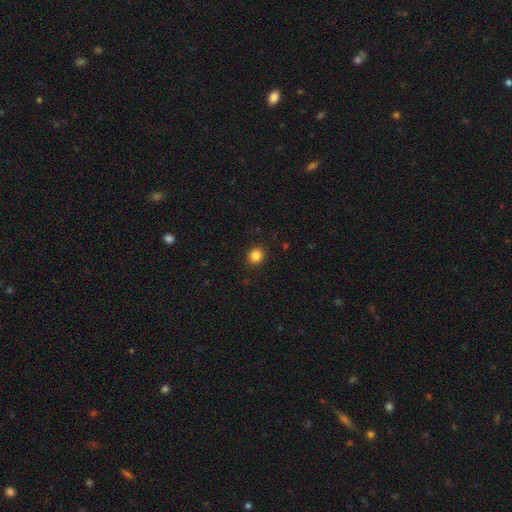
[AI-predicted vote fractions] Smooth or featured?
  - smooth: 85% *
  - star or artifact: 11%
  - featured or disk: 4%
How rounded?
  - round: 86% *
  - in between: 13%
  - cigar-shaped: 1%
Merging?
  - none: 91% *
  - minor disturbance: 6%
  - major disturbance: 2%
  - merger: 1%